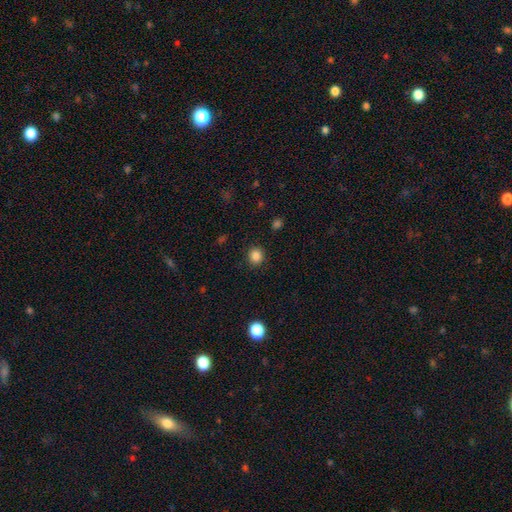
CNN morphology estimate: Smooth or featured? Predicted: smooth (p=0.85). How rounded? Predicted: round (p=0.87). Merging? Predicted: none (p=0.91).